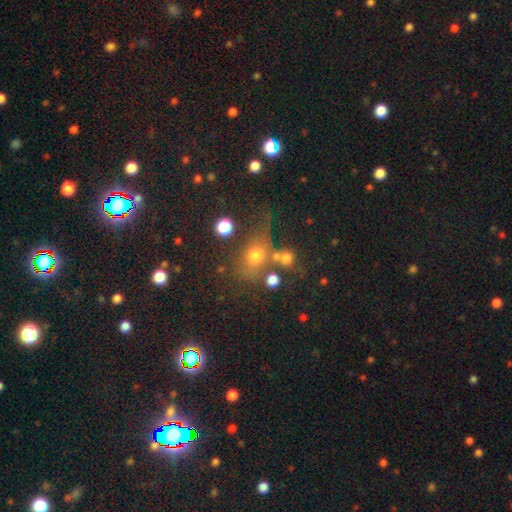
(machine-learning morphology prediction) Smooth or featured? smooth (66%)
How rounded? round (50%)
Merging? none (51%)